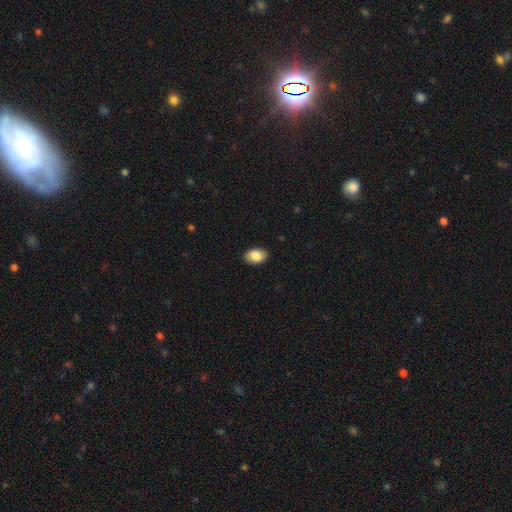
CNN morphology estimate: smooth 87%, star or artifact 6%, featured or disk 6%. Down the decision tree: how rounded — in between (90%); merging — none (89%).